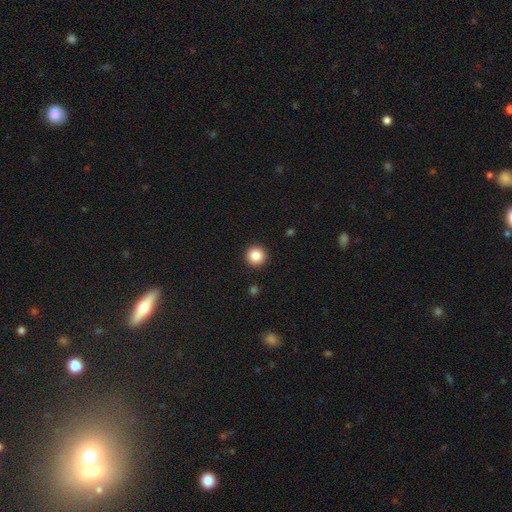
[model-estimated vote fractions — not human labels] Overall: smooth (86%). How rounded: round (96%). Merging: none (93%).